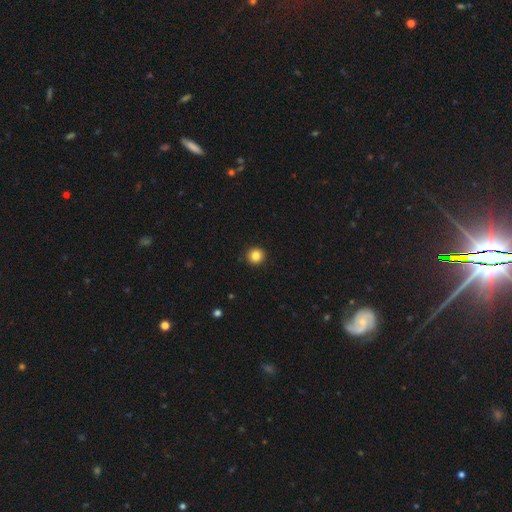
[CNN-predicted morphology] This is clearly a smooth galaxy (85%). How rounded: clearly round (95%). Merging: clearly none (93%).